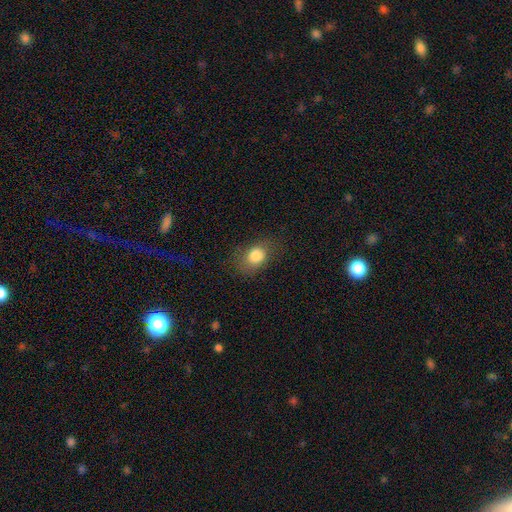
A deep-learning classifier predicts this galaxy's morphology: smooth-or-featured: smooth: 82% | star or artifact: 9% | featured or disk: 9%
  how-rounded: in between: 62% | round: 37% | cigar-shaped: 1%
  merging: none: 71% | minor disturbance: 19% | major disturbance: 9% | merger: 1%